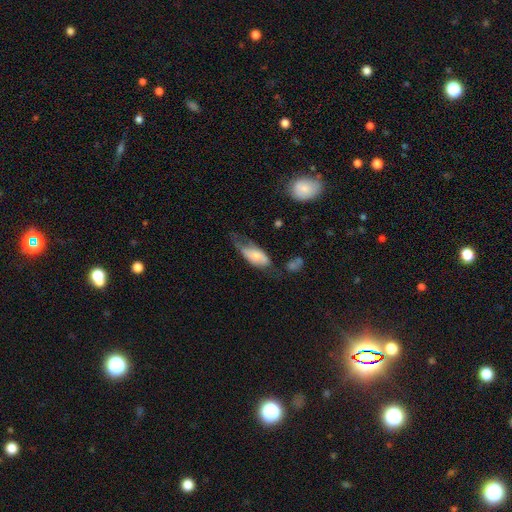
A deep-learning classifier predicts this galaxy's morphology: The model was most divided on "merging": minor disturbance: 33%, major disturbance: 32%, none: 28%, merger: 7%. More confident: how rounded — in between (83%); smooth or featured — smooth (60%).